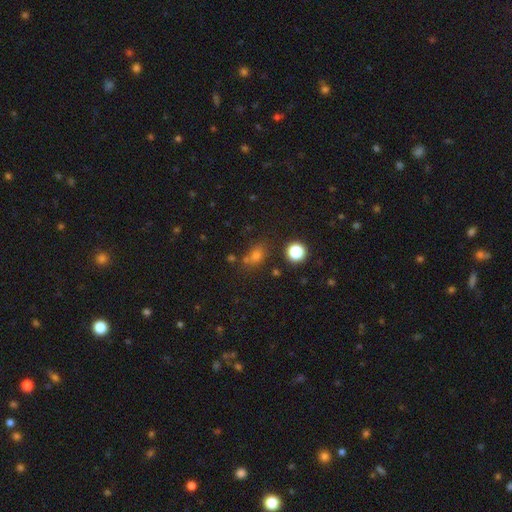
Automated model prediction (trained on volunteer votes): smooth 67%, star or artifact 25%, featured or disk 8%. Down the decision tree: how rounded — in between (51%); merging — none (66%).